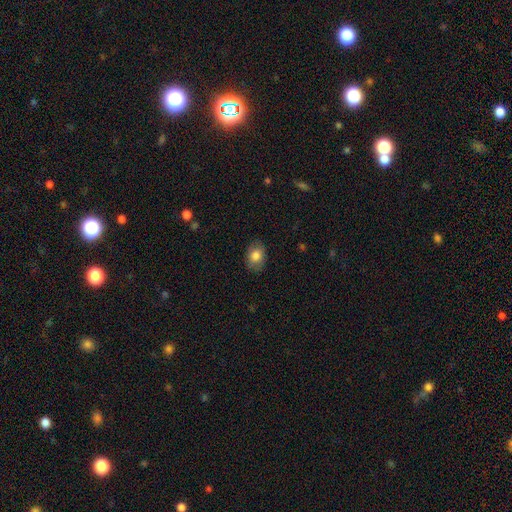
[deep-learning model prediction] Morphology: type=smooth (81%); roundness=in between (71%); merging=none (84%).